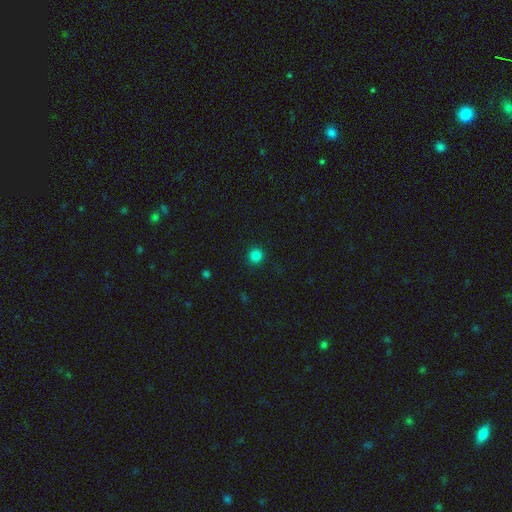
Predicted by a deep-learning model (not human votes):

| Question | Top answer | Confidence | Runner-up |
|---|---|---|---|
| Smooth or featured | smooth | 83% | star or artifact (13%) |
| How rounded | round | 94% | in between (5%) |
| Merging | none | 92% | minor disturbance (5%) |